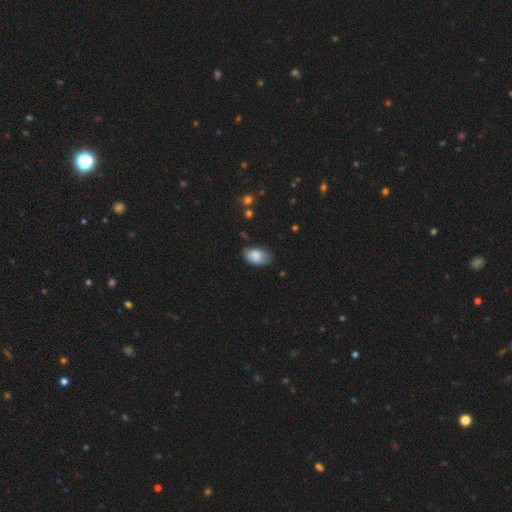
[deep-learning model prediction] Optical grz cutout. It shows a smooth galaxy with no disk features (82%) that is in between round and cigar-shaped (92%). Merging: none (68%).